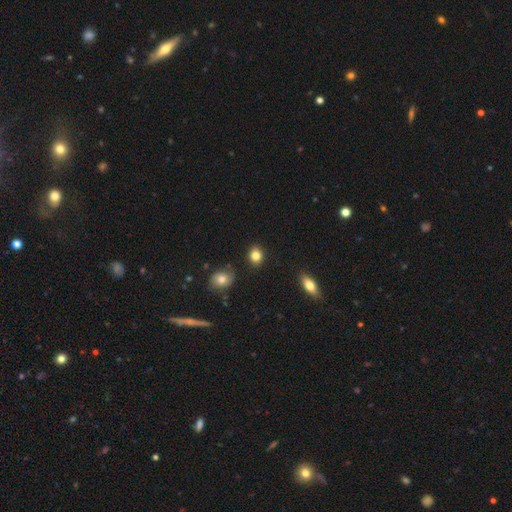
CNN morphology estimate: Smooth or featured?
  - smooth: 84% *
  - star or artifact: 10%
  - featured or disk: 6%
How rounded?
  - round: 62% *
  - in between: 37%
  - cigar-shaped: 2%
Merging?
  - none: 86% *
  - minor disturbance: 9%
  - merger: 2%
  - major disturbance: 2%